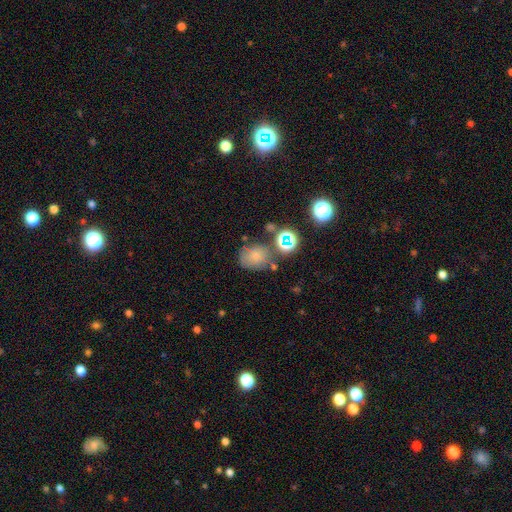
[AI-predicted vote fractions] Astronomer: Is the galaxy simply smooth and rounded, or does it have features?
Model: smooth — 69%.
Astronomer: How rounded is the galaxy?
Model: round — 57% (runner-up: in between, 42%).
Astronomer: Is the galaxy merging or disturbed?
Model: none — 60%.